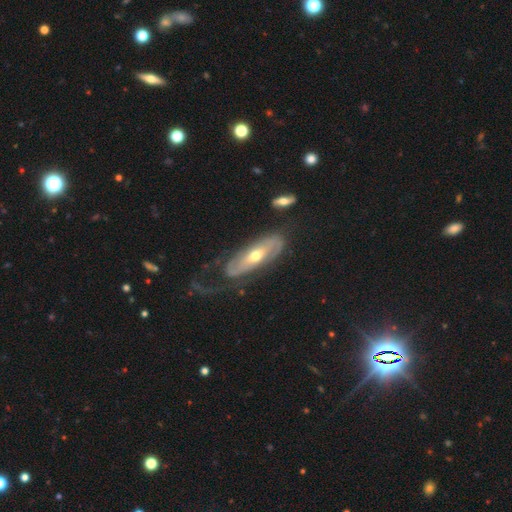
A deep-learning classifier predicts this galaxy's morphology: smooth-or-featured: featured or disk: 71% | smooth: 23% | star or artifact: 5%
  disk-edge-on: no: 80% | yes: 20%
    bar: no: 64% | weak: 24% | strong: 12%
    has-spiral-arms: yes: 69% | no: 31%
    bulge-size: moderate: 68% | small: 25% | large: 5% | dominant: 1% | none: 1%
  merging: none: 51% | major disturbance: 25% | minor disturbance: 21% | merger: 4%